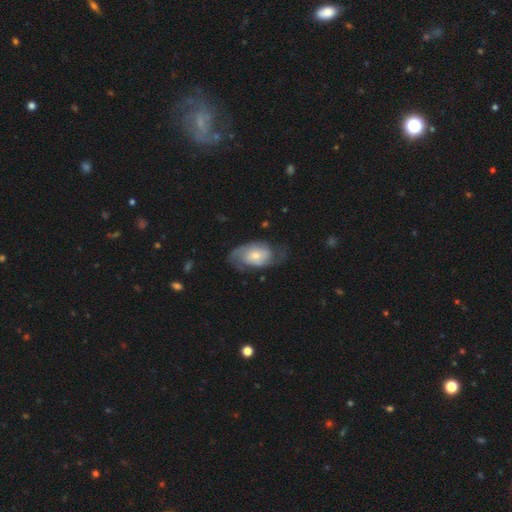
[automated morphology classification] A featured or disk galaxy (64%) with no bar (69%), 2 (70%) medium (43%) spiral arms (86%) and a small central bulge (46%).

Vote fractions:
- Smooth or featured? featured or disk: 64% / smooth: 30% / star or artifact: 6%
- Edge-on disk? no: 95% / yes: 5%
- Bar? no: 69% / weak: 26% / strong: 5%
- Spiral arms? yes: 86% / no: 14%
- Spiral winding? medium: 43% / tight: 31% / loose: 26%
- Spiral arm count? 2: 70% / can't tell: 18% / 1: 5% / 3: 4% / 4: 2% / more than 4: 2%
- Bulge size? small: 46% / moderate: 43% / large: 6% / none: 3% / dominant: 2%
- Merging? none: 56% / minor disturbance: 25% / major disturbance: 17% / merger: 2%